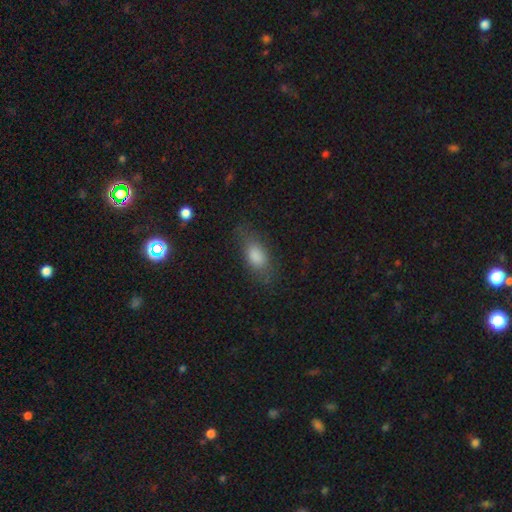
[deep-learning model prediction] A smooth galaxy with no disk features (75%) that is in between round and cigar-shaped (79%). Merging: none (74%).